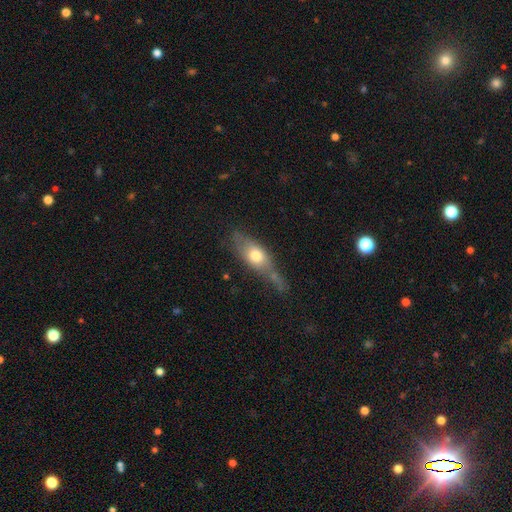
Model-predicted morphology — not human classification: Smooth or featured?
  - smooth: 58% *
  - featured or disk: 35%
  - star or artifact: 7%
How rounded?
  - in between: 60% *
  - cigar-shaped: 33%
  - round: 7%
Merging?
  - none: 51% *
  - minor disturbance: 26%
  - major disturbance: 13%
  - merger: 10%